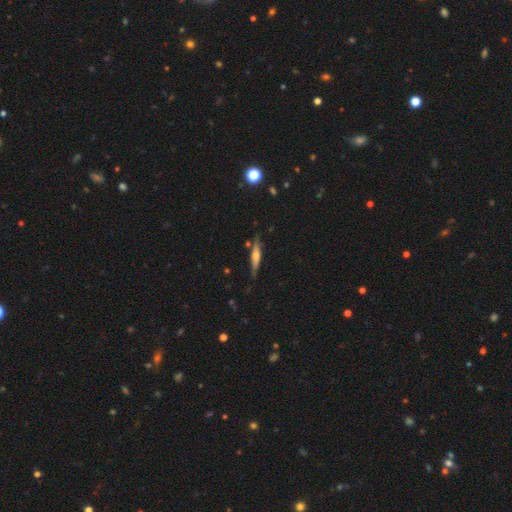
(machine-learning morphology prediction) Smooth or featured? Predicted: featured or disk (p=0.58). Edge-on disk? Predicted: yes (p=0.94). Edge-on bulge? Predicted: rounded (p=0.73). Merging? Predicted: none (p=0.78).